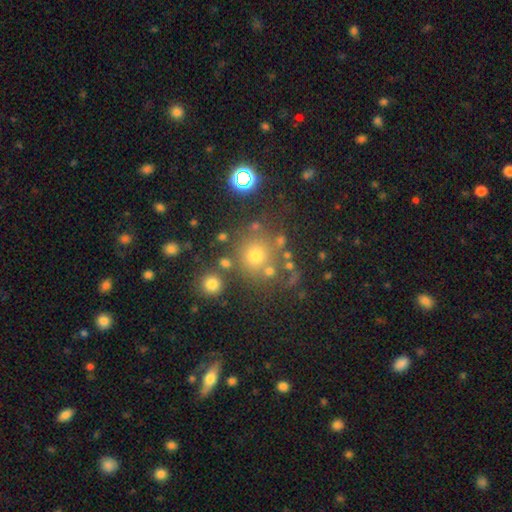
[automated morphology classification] This appears to be a smooth galaxy with no disk features (64%) that is round (90%). Merging: none (72%).